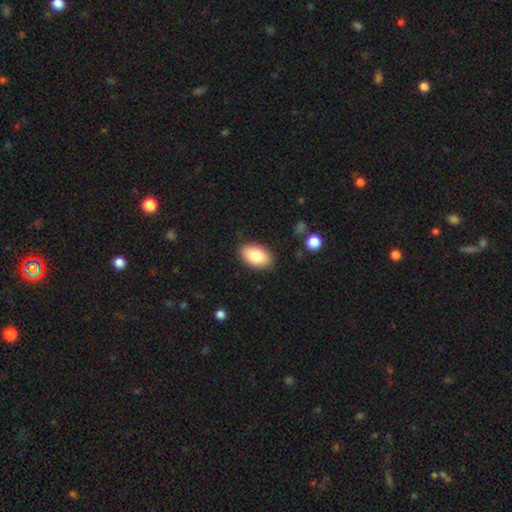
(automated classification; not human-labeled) Smooth or featured? Predicted: smooth (p=0.82). How rounded? Predicted: in between (p=0.92). Merging? Predicted: none (p=0.86).